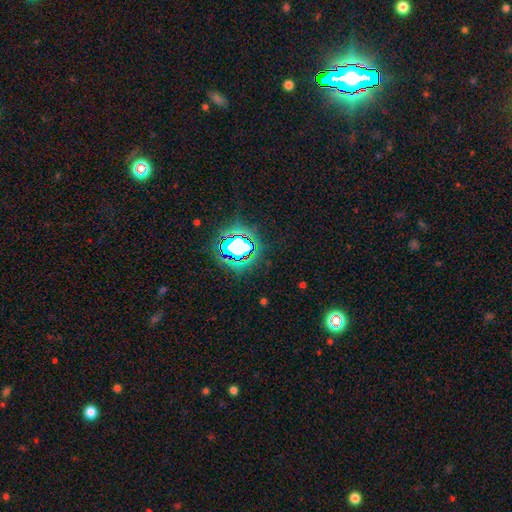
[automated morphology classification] smooth_or_featured: star or artifact (p=0.82) [alt: smooth p=0.11]